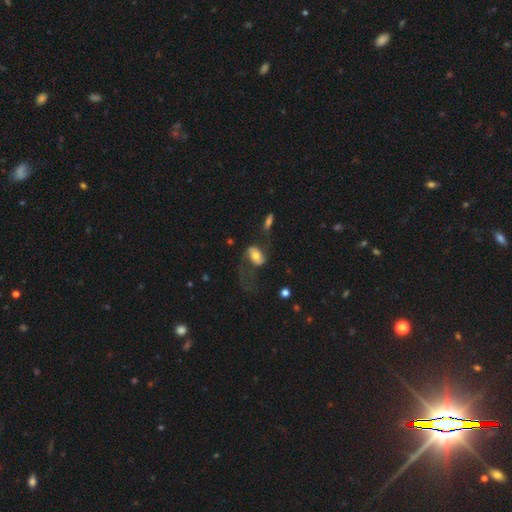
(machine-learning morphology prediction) A featured or disk galaxy (53%). Merging: major disturbance (44%).